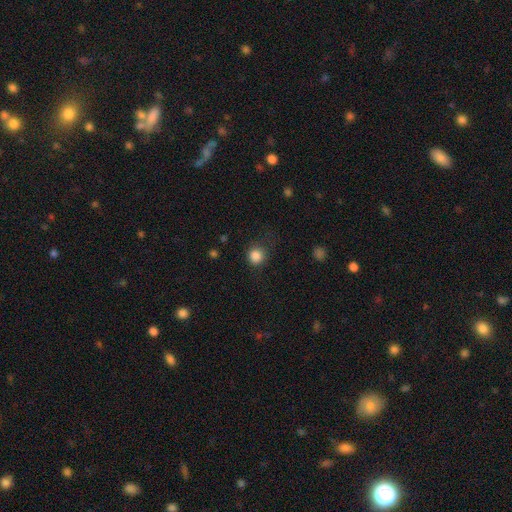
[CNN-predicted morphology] This is clearly a smooth galaxy (85%). How rounded: clearly round (90%). Merging: likely none (77%).